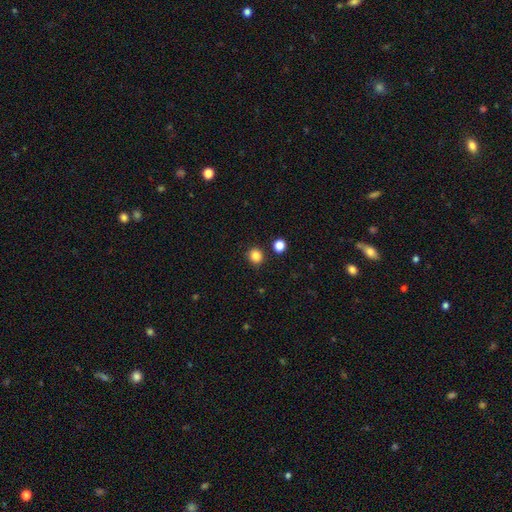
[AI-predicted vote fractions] Overall: smooth (85%). How rounded: round (87%). Merging: none (87%).